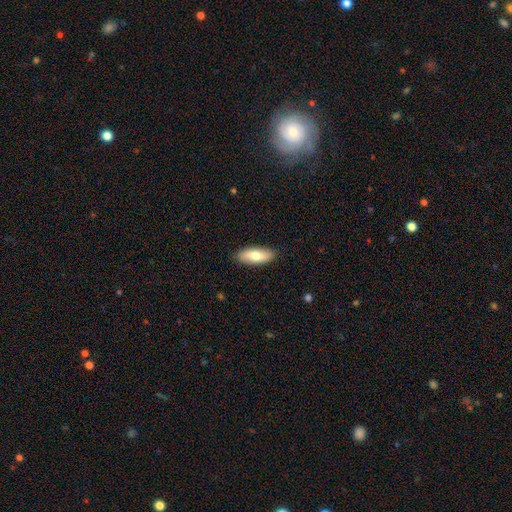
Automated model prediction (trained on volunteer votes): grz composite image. It shows a smooth galaxy with no disk features (71%) that is in between round and cigar-shaped (74%). Merging: none (88%).